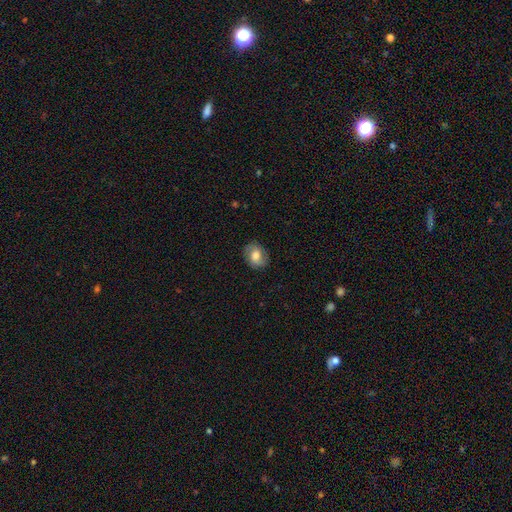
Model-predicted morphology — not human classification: A smooth galaxy with no disk features (54%) that is round (51%).

Vote fractions:
- Smooth or featured? smooth: 54% / featured or disk: 37% / star or artifact: 9%
- How rounded? round: 51% / in between: 48% / cigar-shaped: 1%
- Merging? none: 82% / minor disturbance: 13% / major disturbance: 4% / merger: 1%